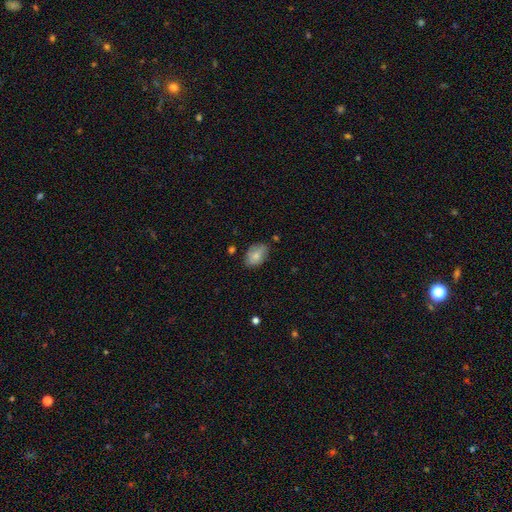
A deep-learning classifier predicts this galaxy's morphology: smooth-or-featured: smooth: 77% | featured or disk: 16% | star or artifact: 7%
  how-rounded: in between: 85% | round: 14% | cigar-shaped: 1%
  merging: none: 71% | minor disturbance: 22% | major disturbance: 4% | merger: 2%